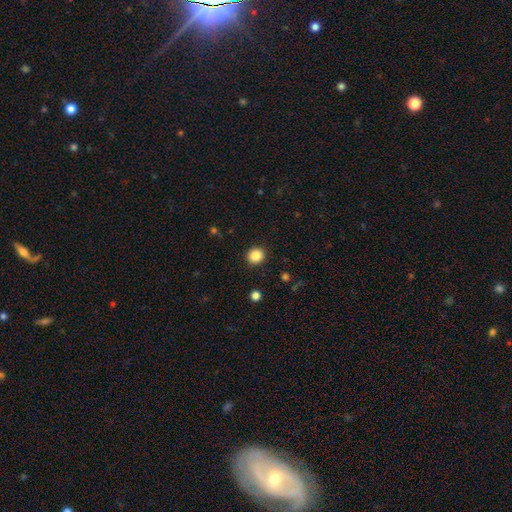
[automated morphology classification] A smooth galaxy with no disk features (86%) that is round (91%).

Vote fractions:
- Smooth or featured? smooth: 86% / star or artifact: 10% / featured or disk: 4%
- How rounded? round: 91% / in between: 9% / cigar-shaped: 1%
- Merging? none: 92% / minor disturbance: 5% / major disturbance: 2% / merger: 1%